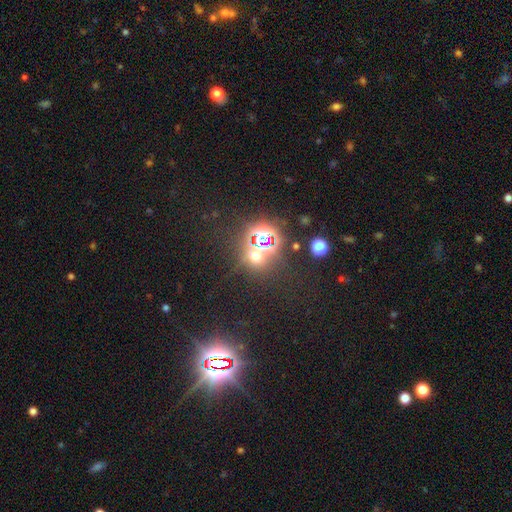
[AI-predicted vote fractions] This is possibly a star or artifact rather than a galaxy (58%).